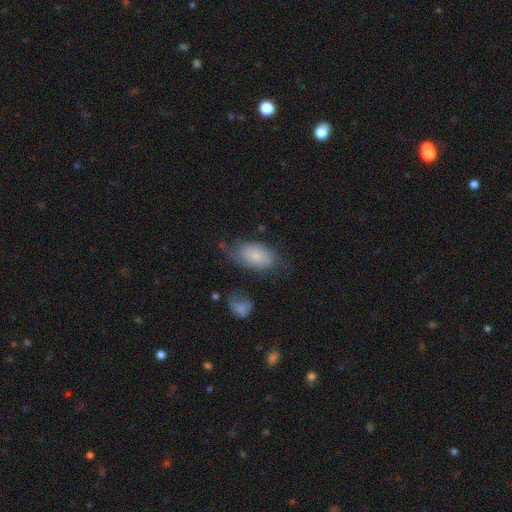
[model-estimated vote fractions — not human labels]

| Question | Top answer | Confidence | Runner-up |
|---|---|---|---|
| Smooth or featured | smooth | 56% | featured or disk (36%) |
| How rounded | in between | 91% | round (7%) |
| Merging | none | 48% | minor disturbance (29%) |